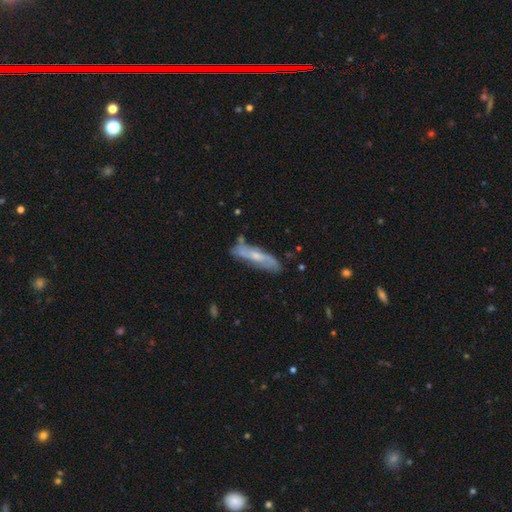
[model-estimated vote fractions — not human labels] Overall: featured or disk (61%; smooth 32%). Edge-on disk: no (63%; yes 37%). Merging: none (72%).